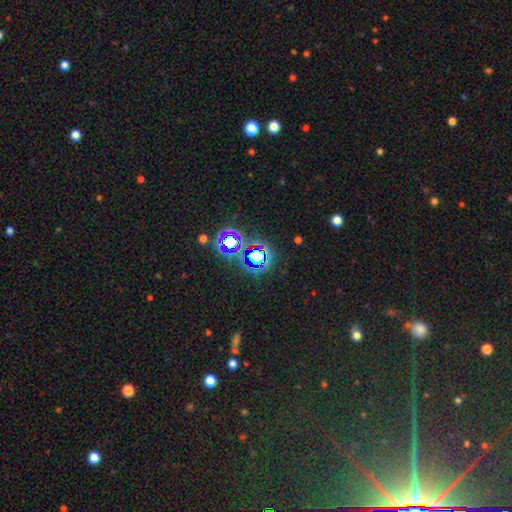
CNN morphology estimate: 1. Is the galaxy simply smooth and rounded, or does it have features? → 73% star or artifact, 17% smooth, 9% featured or disk.